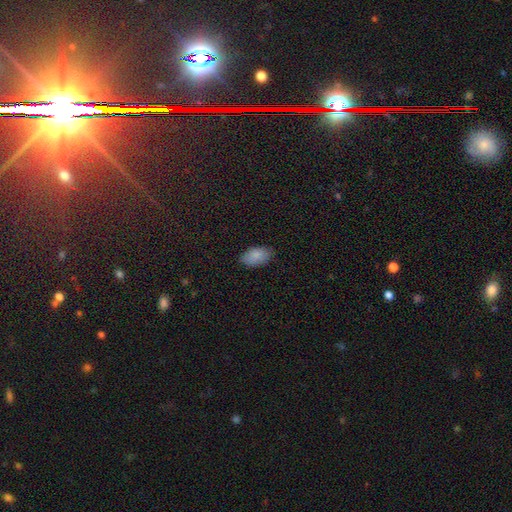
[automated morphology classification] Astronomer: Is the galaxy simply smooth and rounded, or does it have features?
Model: smooth — 86%.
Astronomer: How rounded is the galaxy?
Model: in between — 94%.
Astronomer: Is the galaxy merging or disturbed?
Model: none — 83%.